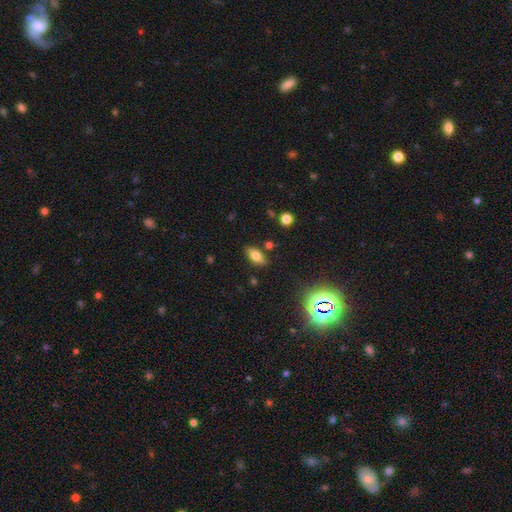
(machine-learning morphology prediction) smooth_or_featured: smooth (p=0.77) [alt: star or artifact p=0.12]
how_rounded: in between (p=0.88) [alt: cigar-shaped p=0.08]
merging: none (p=0.82) [alt: minor disturbance p=0.11]